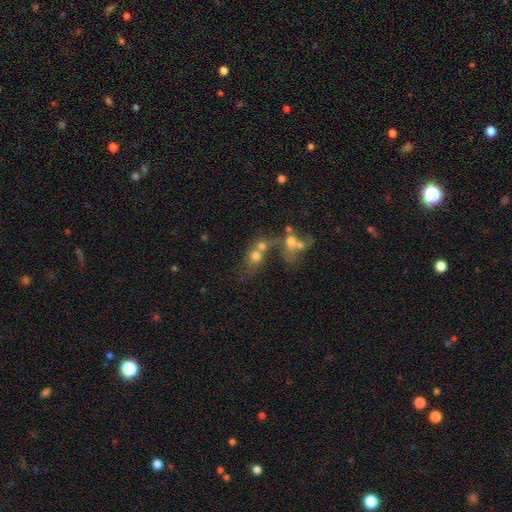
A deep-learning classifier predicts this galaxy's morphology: The model was most divided on "how rounded": round: 62%, in between: 36%, cigar-shaped: 2%. More confident: smooth or featured — smooth (62%); merging — merger (60%).